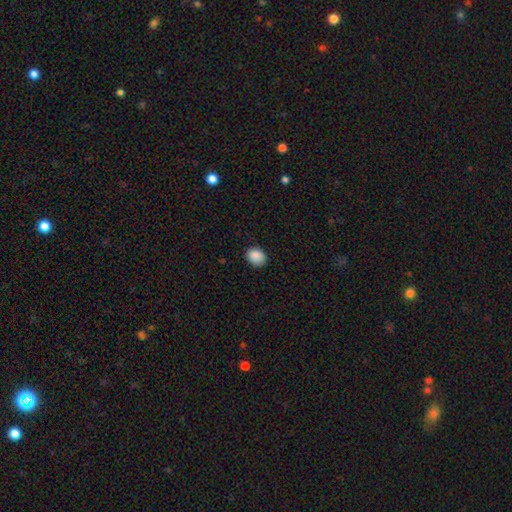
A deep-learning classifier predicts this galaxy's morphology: Smooth or featured?
  - smooth: 89% *
  - star or artifact: 8%
  - featured or disk: 3%
How rounded?
  - in between: 54% *
  - round: 46%
  - cigar-shaped: 1%
Merging?
  - none: 82% *
  - minor disturbance: 14%
  - major disturbance: 3%
  - merger: 1%